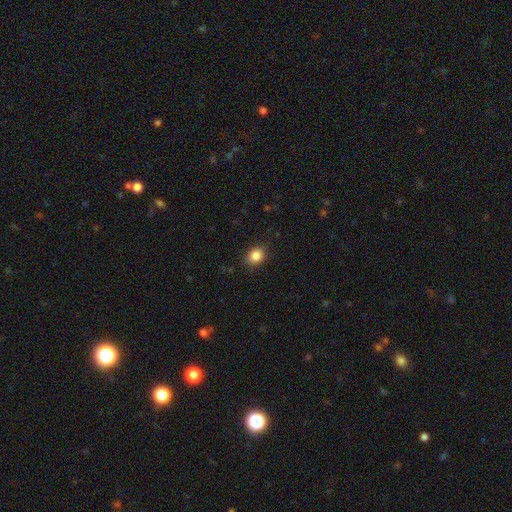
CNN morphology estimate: type=smooth (86%); roundness=round (62%); merging=none (88%).